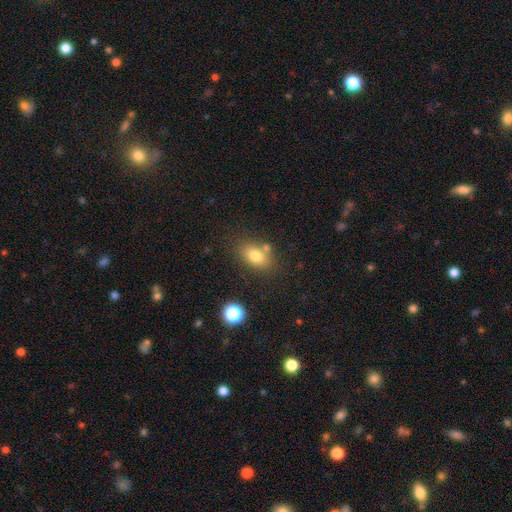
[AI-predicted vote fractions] Morphology: type=smooth (76%); roundness=in between (81%); merging=none (69%).